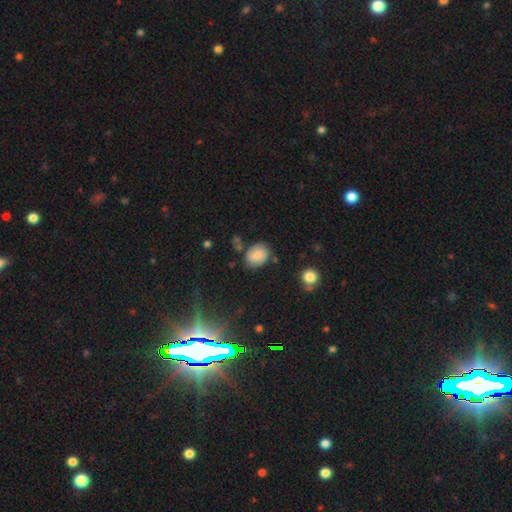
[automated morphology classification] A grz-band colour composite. It shows a smooth galaxy with no disk features (73%) that is in between round and cigar-shaped (55%). Merging: none (74%).